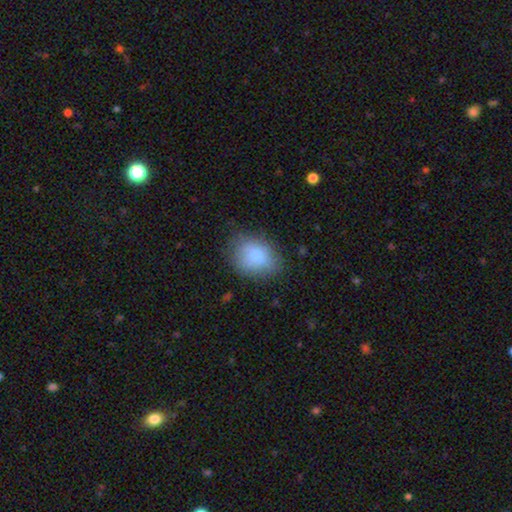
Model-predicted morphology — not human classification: Smooth or featured: smooth — 79% (featured or disk — 12%)
How rounded: in between — 58% (round — 41%)
Merging: none — 68% (minor disturbance — 23%)